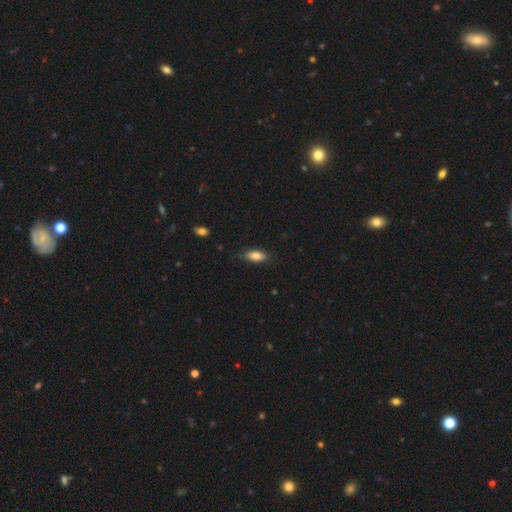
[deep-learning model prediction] Q: Smooth or featured?
A: smooth (83%); runner-up: featured or disk (10%)
Q: How rounded?
A: in between (84%); runner-up: cigar-shaped (13%)
Q: Merging?
A: none (79%); runner-up: minor disturbance (17%)